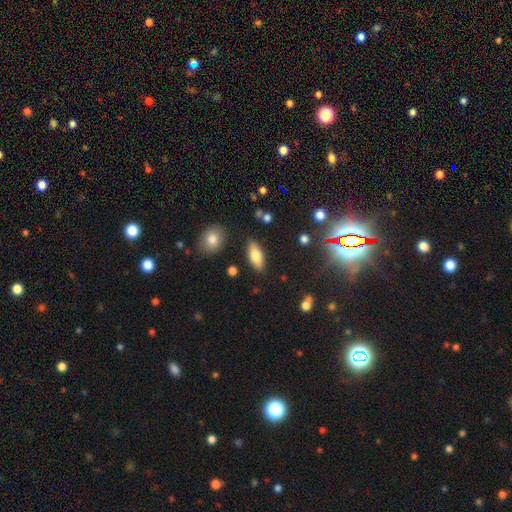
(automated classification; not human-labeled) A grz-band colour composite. It shows a smooth galaxy with no disk features (78%) that is in between round and cigar-shaped (83%). Merging: none (84%).